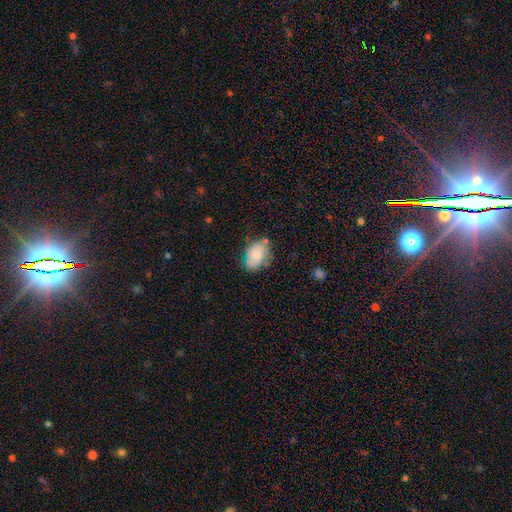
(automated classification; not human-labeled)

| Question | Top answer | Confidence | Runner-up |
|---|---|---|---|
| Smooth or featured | smooth | 73% | featured or disk (19%) |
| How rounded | in between | 85% | round (13%) |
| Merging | none | 63% | minor disturbance (25%) |